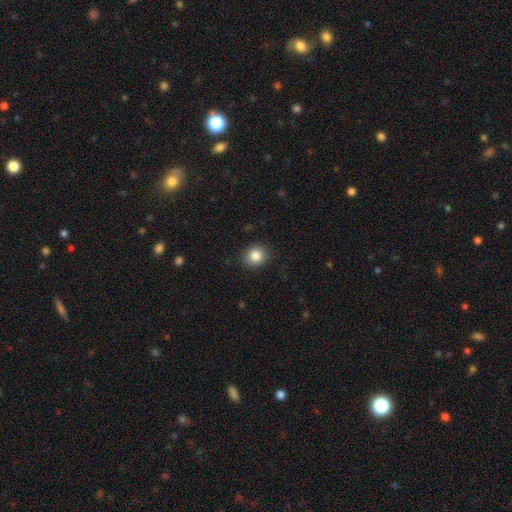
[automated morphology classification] The model was most divided on "how rounded": round: 75%, in between: 24%, cigar-shaped: 1%. More confident: merging — none (89%); smooth or featured — smooth (85%).